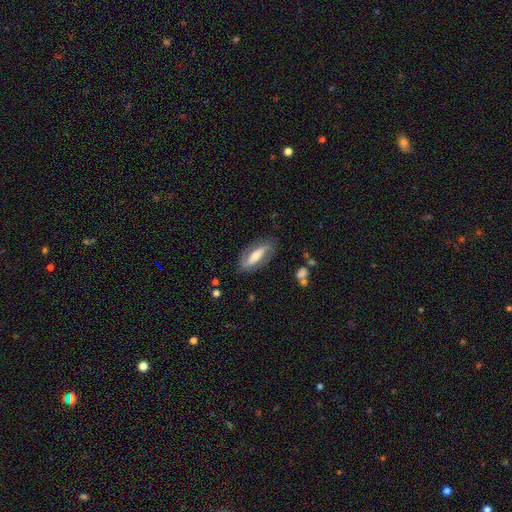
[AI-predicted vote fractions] A featured or disk galaxy (66%) with a strong bar (49%), spiral arms (81%) and a moderate central bulge (52%). Merging: none (79%).